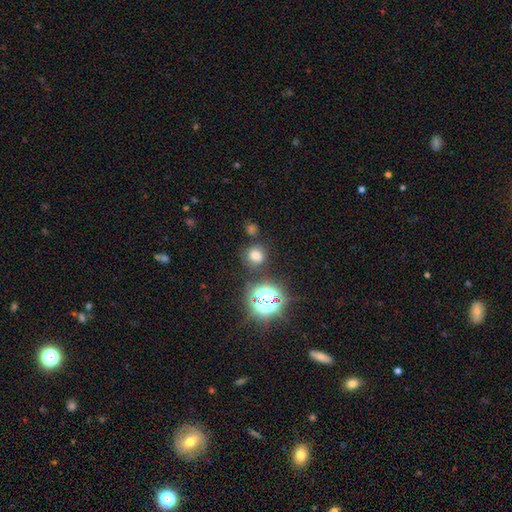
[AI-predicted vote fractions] Overall: smooth (68%). How rounded: round (77%). Merging: none (76%).